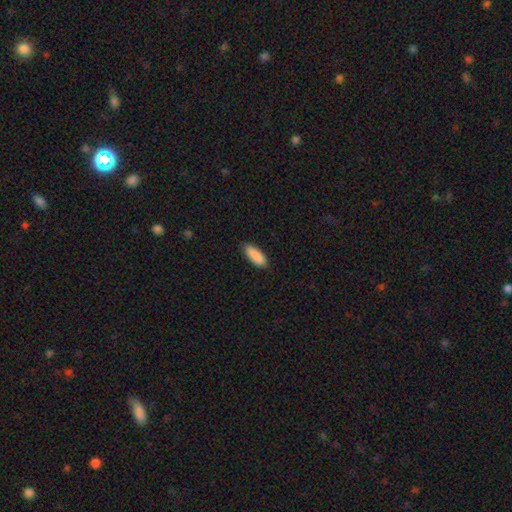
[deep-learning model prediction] smooth_or_featured: smooth (p=0.90) [alt: star or artifact p=0.06]
how_rounded: in between (p=0.67) [alt: cigar-shaped p=0.31]
merging: none (p=0.85) [alt: minor disturbance p=0.12]